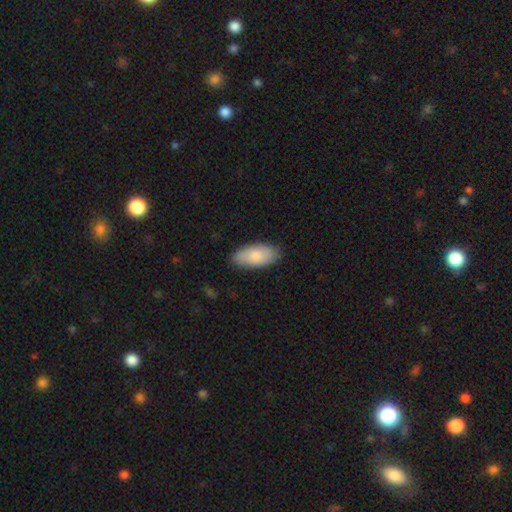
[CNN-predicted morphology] A smooth galaxy with no disk features (83%) that is in between round and cigar-shaped (91%). Merging: none (84%).